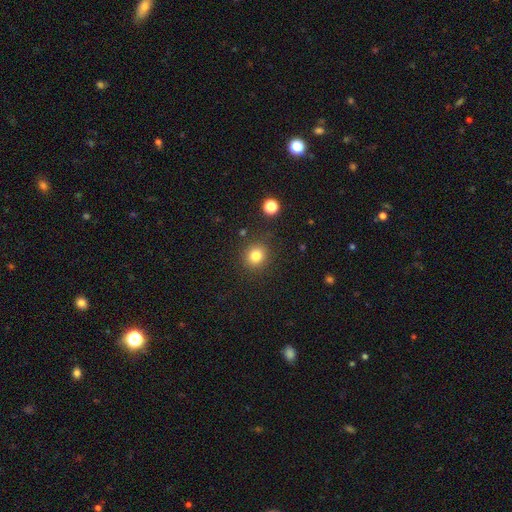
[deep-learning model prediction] Morphology: type=smooth (82%); roundness=round (87%); merging=none (86%).